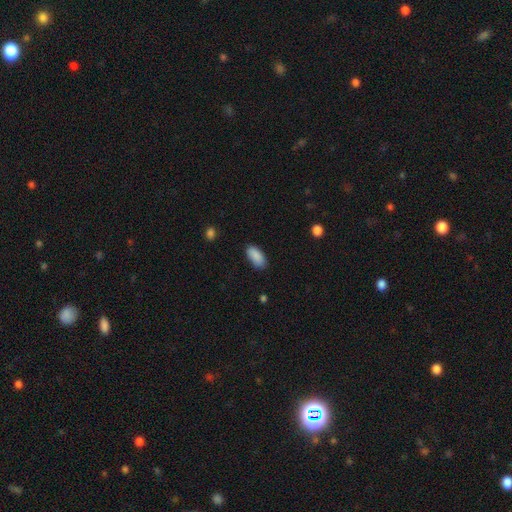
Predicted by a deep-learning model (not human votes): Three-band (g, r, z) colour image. It shows a smooth galaxy with no disk features (89%) that is in between round and cigar-shaped (91%). Merging: none (83%).